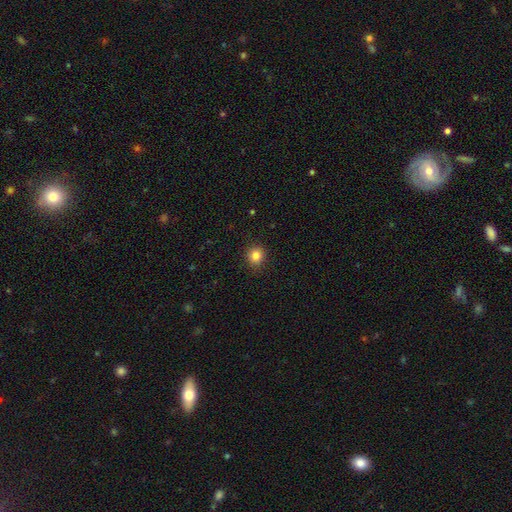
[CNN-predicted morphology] type=smooth (83%); roundness=round (90%); merging=none (91%).